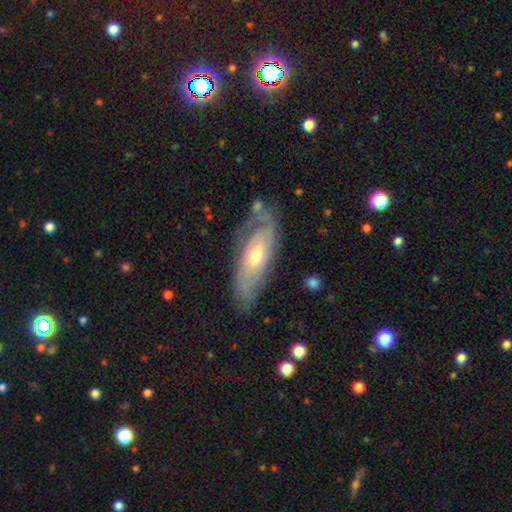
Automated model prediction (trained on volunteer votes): A featured or disk galaxy (69%) with no bar (70%), spiral arms (79%) and a moderate central bulge (57%). Merging: none (65%).